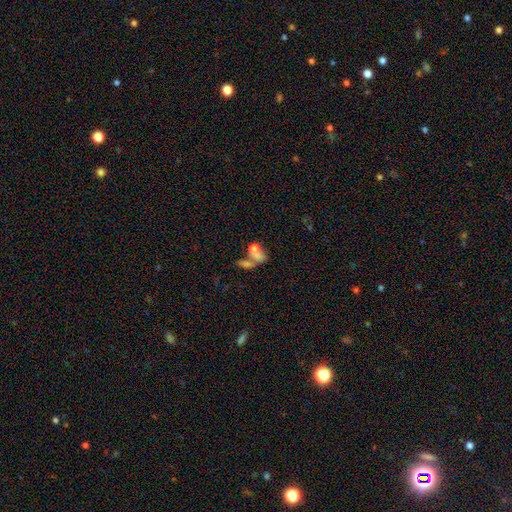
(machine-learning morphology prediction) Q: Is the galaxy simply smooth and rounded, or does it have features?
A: smooth — 67%.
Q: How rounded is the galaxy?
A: in between — 64%.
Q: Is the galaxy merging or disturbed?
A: merger — 58%.